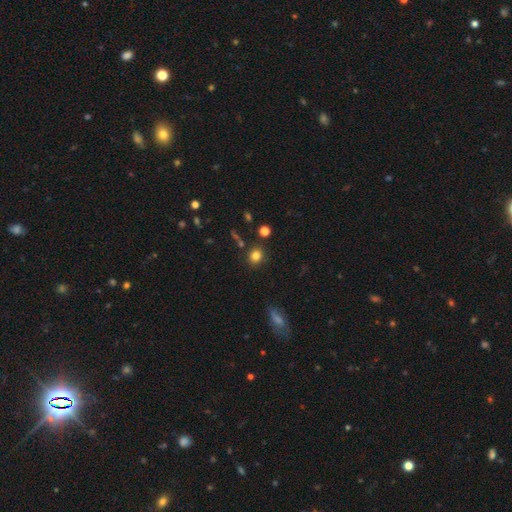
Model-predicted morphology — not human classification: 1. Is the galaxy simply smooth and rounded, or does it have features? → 80% smooth, 13% star or artifact, 7% featured or disk.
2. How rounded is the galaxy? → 76% round, 23% in between, 1% cigar-shaped.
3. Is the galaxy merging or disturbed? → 83% none, 10% minor disturbance, 5% merger, 3% major disturbance.